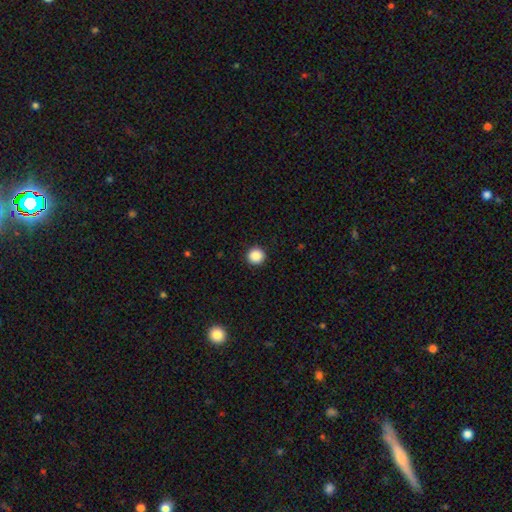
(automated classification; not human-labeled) Overall: smooth (88%). How rounded: round (96%). Merging: none (93%).